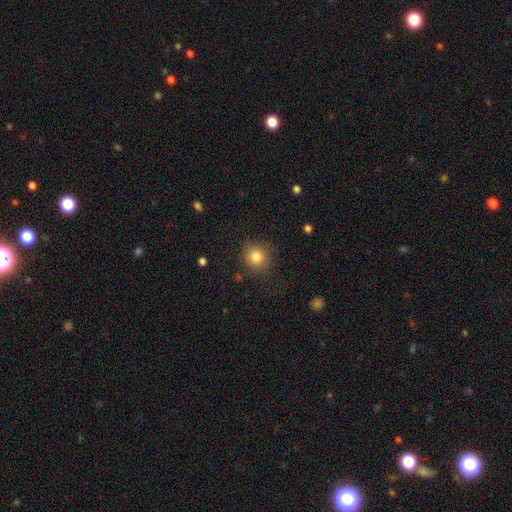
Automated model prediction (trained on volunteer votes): A smooth galaxy with no disk features (82%) that is round (89%).

Vote fractions:
- Smooth or featured? smooth: 82% / star or artifact: 11% / featured or disk: 7%
- How rounded? round: 89% / in between: 10% / cigar-shaped: 1%
- Merging? none: 83% / minor disturbance: 12% / major disturbance: 4% / merger: 1%